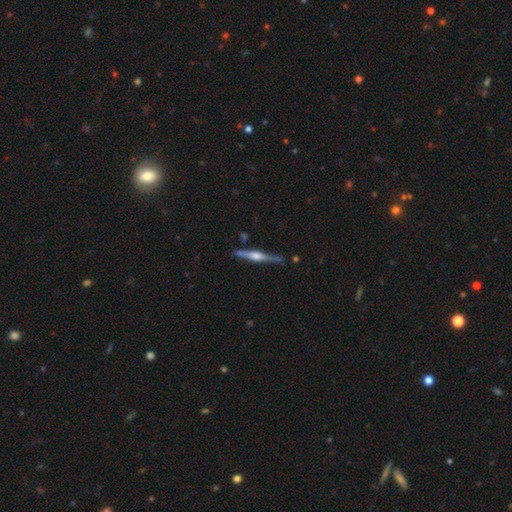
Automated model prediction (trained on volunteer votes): A featured or disk galaxy (79%) viewed edge-on (98%) with a rounded central bulge (84%).

Vote fractions:
- Smooth or featured? featured or disk: 79% / smooth: 15% / star or artifact: 5%
- Edge-on disk? yes: 98% / no: 2%
- Edge-on bulge? rounded: 84% / boxy: 12% / none: 4%
- Merging? none: 84% / minor disturbance: 11% / merger: 3% / major disturbance: 2%